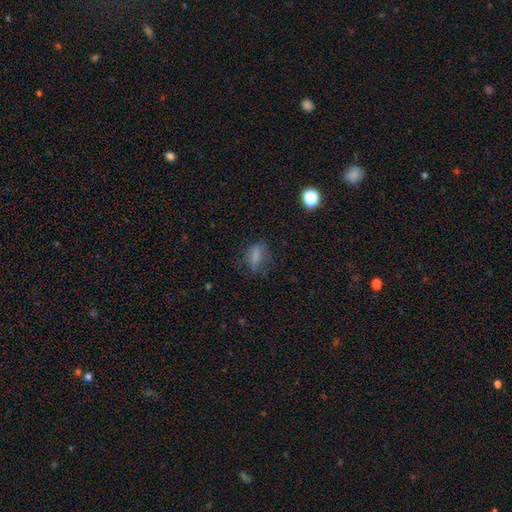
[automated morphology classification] A smooth galaxy with no disk features (71%) that is in between round and cigar-shaped (70%). Merging: none (60%).